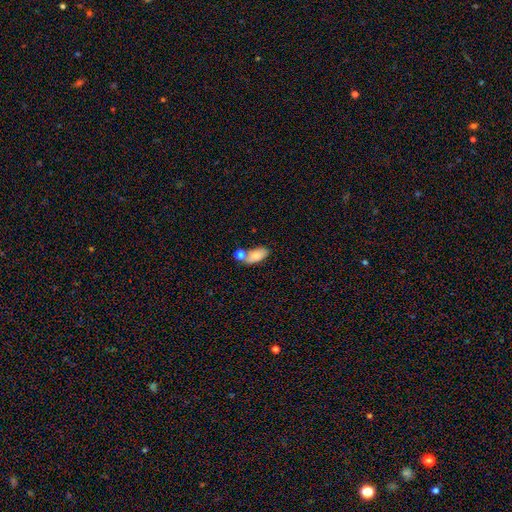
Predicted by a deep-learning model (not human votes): smooth 79%, featured or disk 13%, star or artifact 8%. Down the decision tree: how rounded — in between (87%); merging — none (51%).